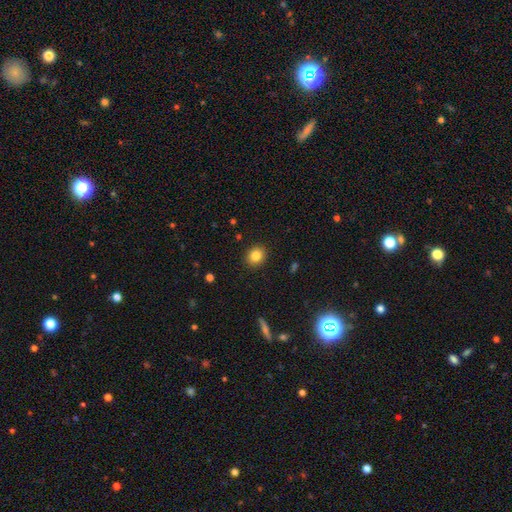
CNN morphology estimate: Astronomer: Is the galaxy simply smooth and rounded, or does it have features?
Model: smooth — 83%.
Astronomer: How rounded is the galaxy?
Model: round — 72%.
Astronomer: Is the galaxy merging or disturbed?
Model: none — 91%.